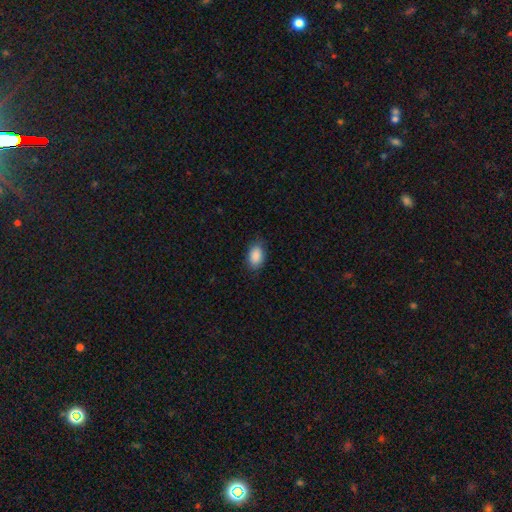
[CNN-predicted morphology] smooth_or_featured: smooth (p=0.90) [alt: star or artifact p=0.07]
how_rounded: in between (p=0.90) [alt: round p=0.09]
merging: none (p=0.83) [alt: minor disturbance p=0.13]